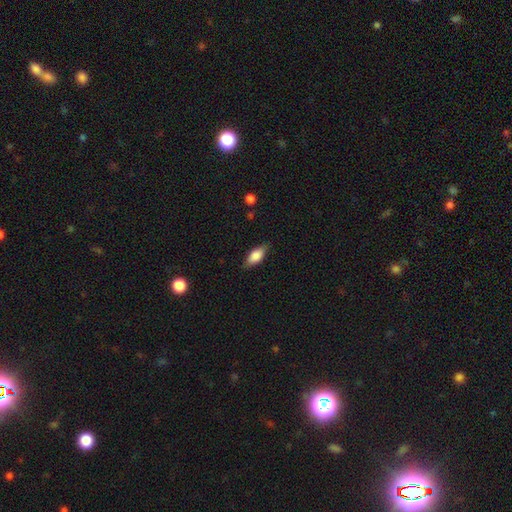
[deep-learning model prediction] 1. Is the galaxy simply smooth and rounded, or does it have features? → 78% smooth, 16% featured or disk, 6% star or artifact.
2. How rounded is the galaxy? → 82% in between, 15% cigar-shaped, 3% round.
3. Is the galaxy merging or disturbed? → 81% none, 15% minor disturbance, 3% major disturbance, 1% merger.